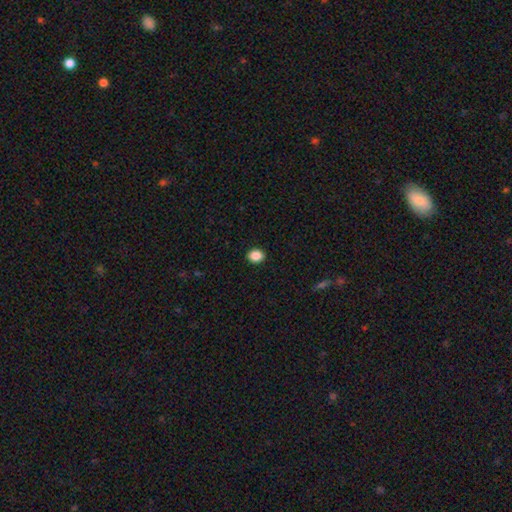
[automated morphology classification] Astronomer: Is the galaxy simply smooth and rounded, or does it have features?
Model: smooth — 88%.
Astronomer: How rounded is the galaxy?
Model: round — 54% (runner-up: in between, 45%).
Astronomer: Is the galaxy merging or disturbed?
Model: none — 92%.